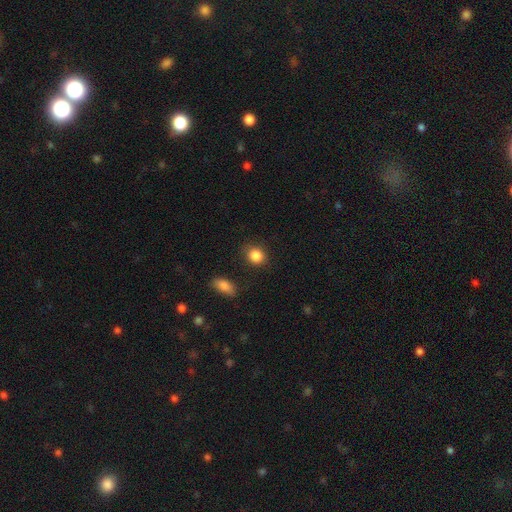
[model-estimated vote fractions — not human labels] smooth 86%, star or artifact 9%, featured or disk 4%. Down the decision tree: how rounded — round (65%); merging — none (84%).